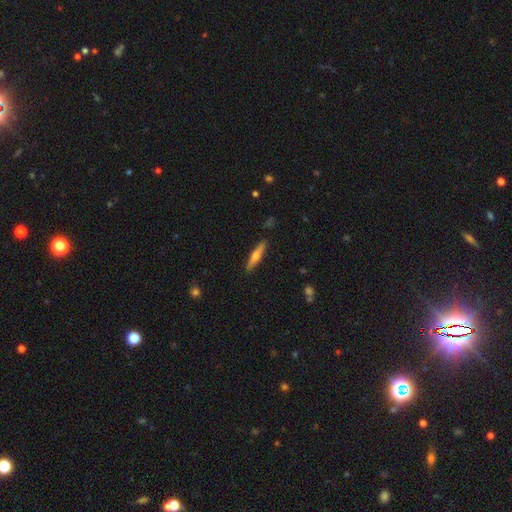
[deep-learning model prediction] smooth_or_featured: featured or disk (p=0.49) [alt: smooth p=0.45]
merging: none (p=0.89) [alt: minor disturbance p=0.08]